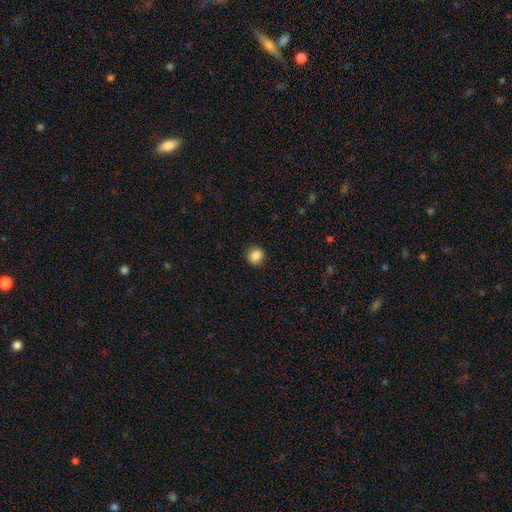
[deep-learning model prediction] Morphology: type=smooth (87%); roundness=round (83%); merging=none (89%).